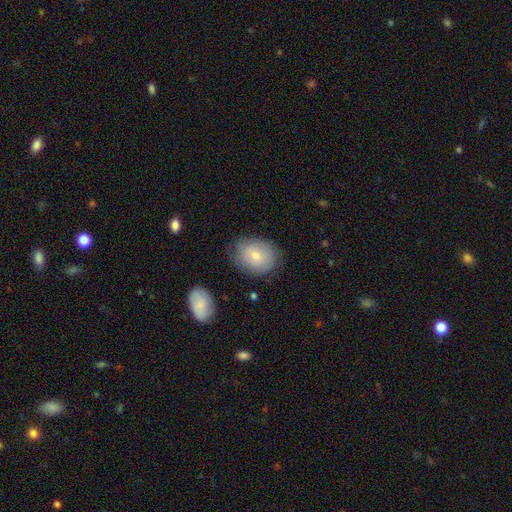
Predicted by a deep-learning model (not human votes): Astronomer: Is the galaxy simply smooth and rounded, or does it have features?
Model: smooth — 75%.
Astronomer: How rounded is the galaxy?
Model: in between — 54% (runner-up: round, 45%).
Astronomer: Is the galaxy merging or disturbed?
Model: none — 76%.